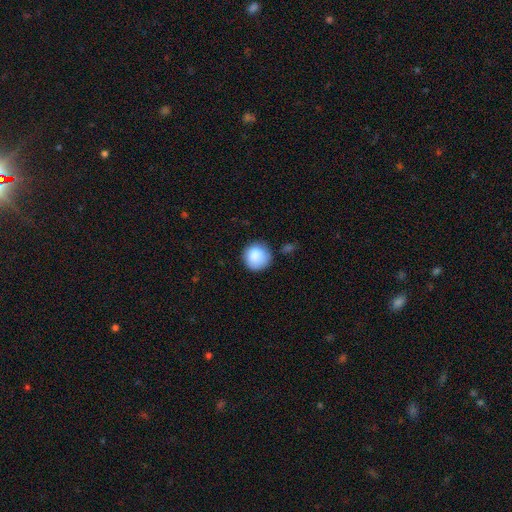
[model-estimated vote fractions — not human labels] smooth 87%, star or artifact 8%, featured or disk 6%. Down the decision tree: how rounded — round (93%); merging — none (77%).